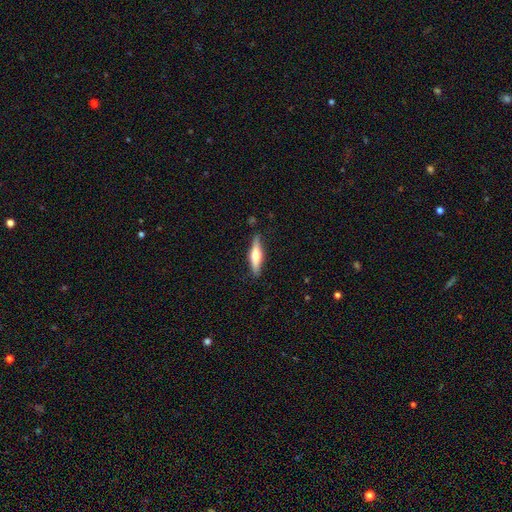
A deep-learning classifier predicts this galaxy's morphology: This appears to be a featured or disk galaxy (47%, tied with smooth). Merging: none (84%).